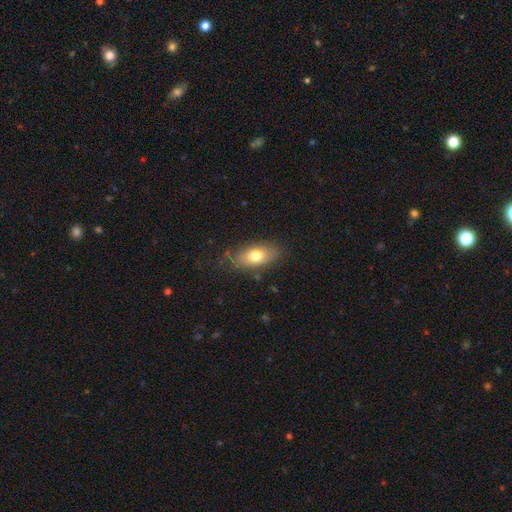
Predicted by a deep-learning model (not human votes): Smooth or featured? Predicted: smooth (p=0.73). How rounded? Predicted: in between (p=0.84). Merging? Predicted: none (p=0.77).